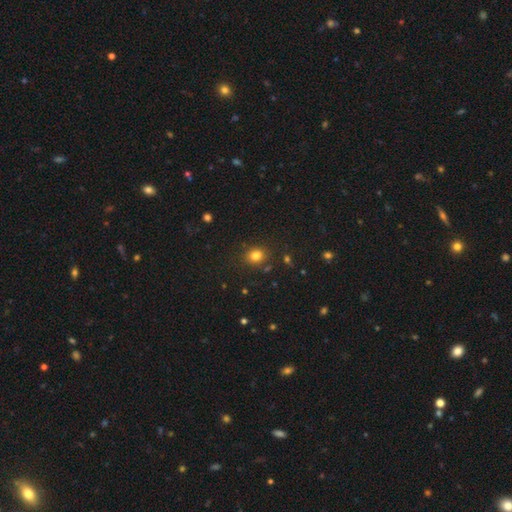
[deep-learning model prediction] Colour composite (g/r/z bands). It shows a smooth galaxy with no disk features (79%) that is round (61%). Merging: none (82%).